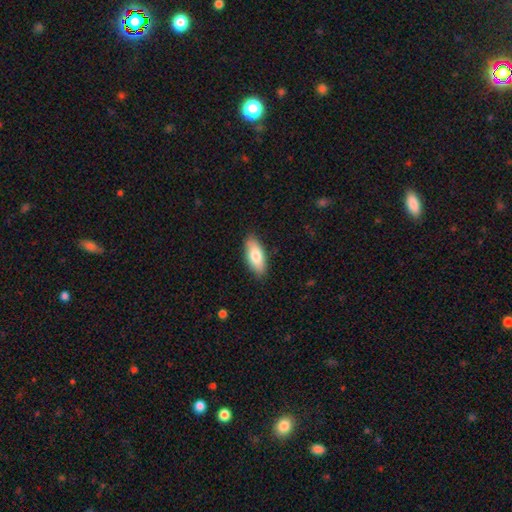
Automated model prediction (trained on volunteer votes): Morphology: type=smooth (79%); roundness=in between (82%); merging=none (87%).